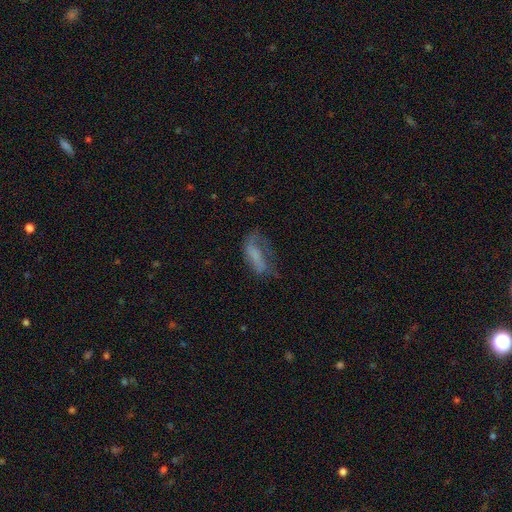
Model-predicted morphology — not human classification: This is possibly a smooth galaxy (46%). Merging: marginally major disturbance (40%).